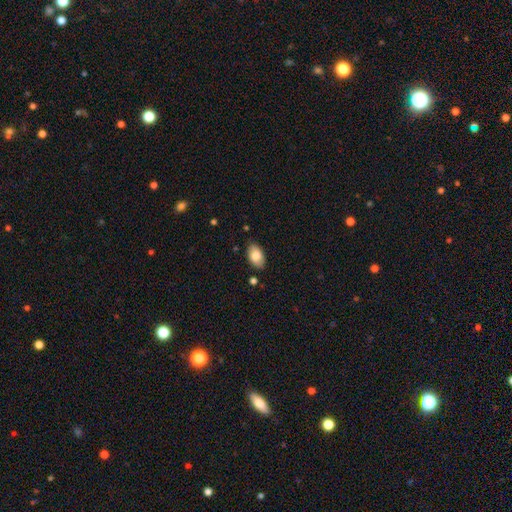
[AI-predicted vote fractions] This appears to be a smooth galaxy with no disk features (81%) that is in between round and cigar-shaped (93%). Merging: none (84%).